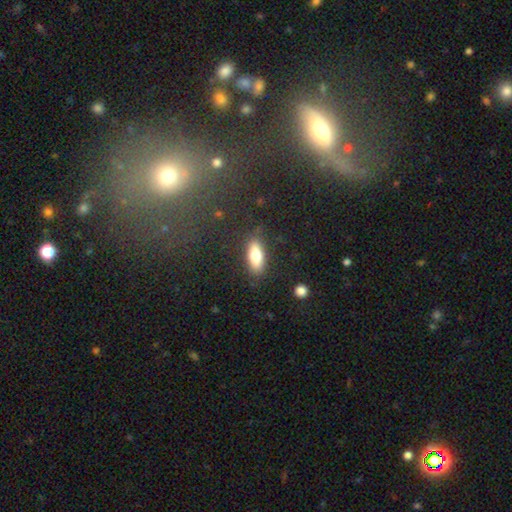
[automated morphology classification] Smooth or featured? smooth (75%)
How rounded? in between (74%)
Merging? none (84%)